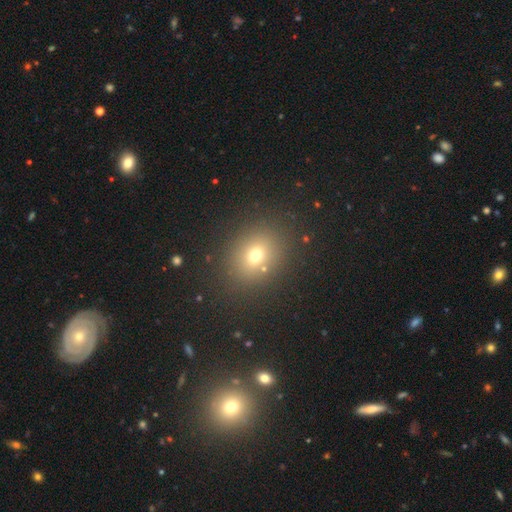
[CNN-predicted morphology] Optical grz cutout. It shows a smooth galaxy with no disk features (68%) that is round (57%). Merging: none (84%).